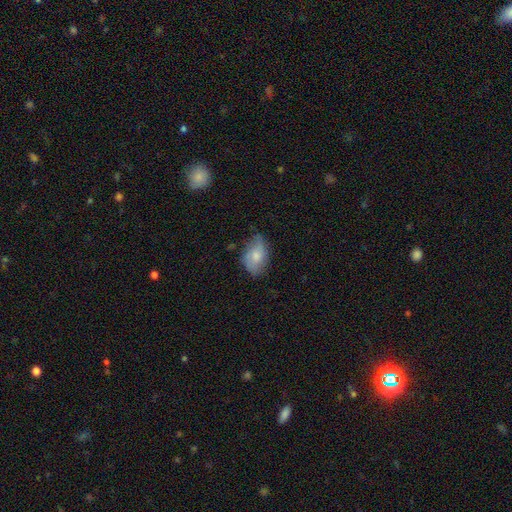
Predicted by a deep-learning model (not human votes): smooth 67%, featured or disk 26%, star or artifact 7%. Down the decision tree: how rounded — in between (87%); merging — none (53%).